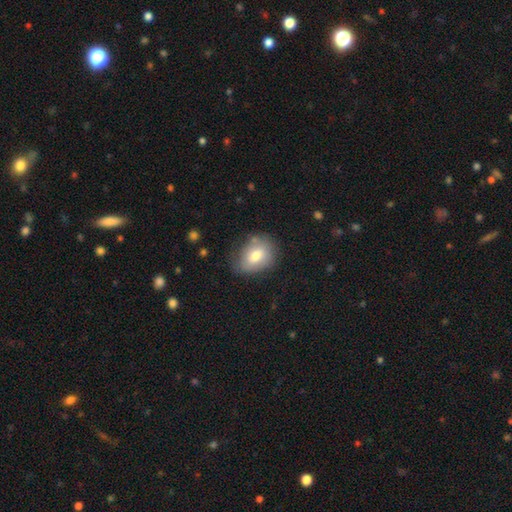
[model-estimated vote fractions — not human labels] A smooth galaxy with no disk features (73%) that is in between round and cigar-shaped (64%). Merging: none (64%).